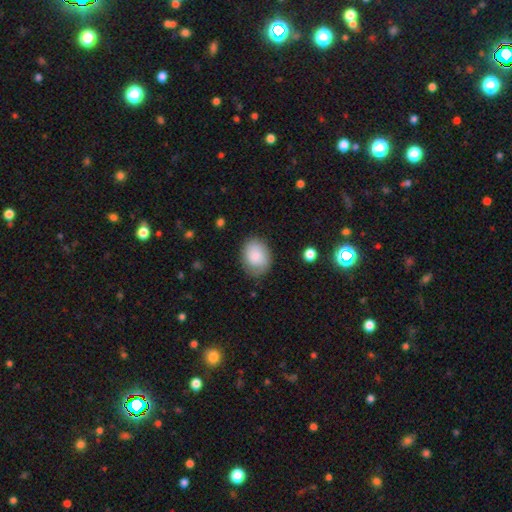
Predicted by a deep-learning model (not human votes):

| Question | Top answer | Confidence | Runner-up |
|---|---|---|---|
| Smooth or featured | smooth | 81% | featured or disk (12%) |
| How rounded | in between | 62% | round (38%) |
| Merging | none | 76% | minor disturbance (18%) |